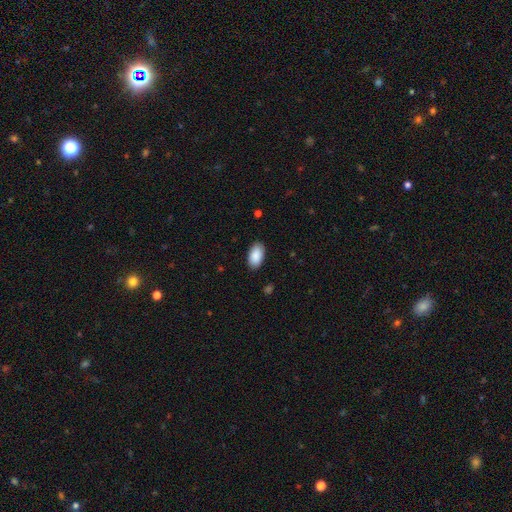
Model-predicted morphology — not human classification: type=smooth (90%); roundness=in between (96%); merging=none (88%).